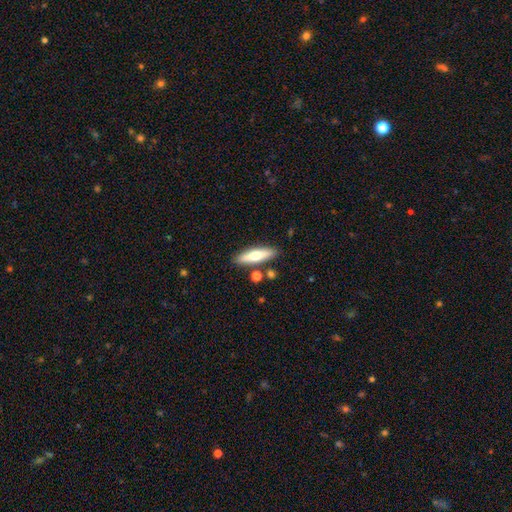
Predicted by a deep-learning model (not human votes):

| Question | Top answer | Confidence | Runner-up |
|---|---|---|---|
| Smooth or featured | smooth | 57% | featured or disk (36%) |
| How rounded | cigar-shaped | 67% | in between (31%) |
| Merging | none | 83% | minor disturbance (9%) |